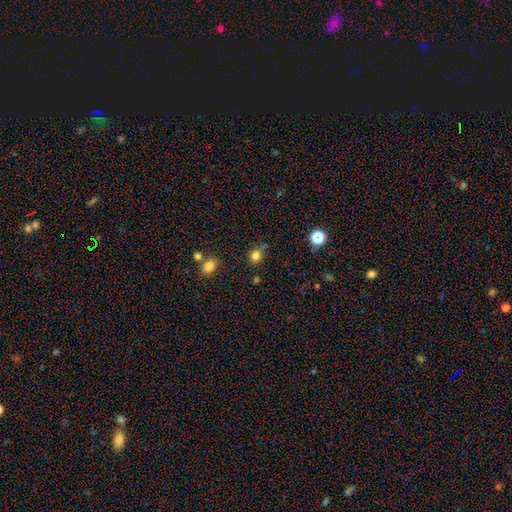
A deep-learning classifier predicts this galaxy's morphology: type=smooth (80%); roundness=round (83%); merging=none (69%).